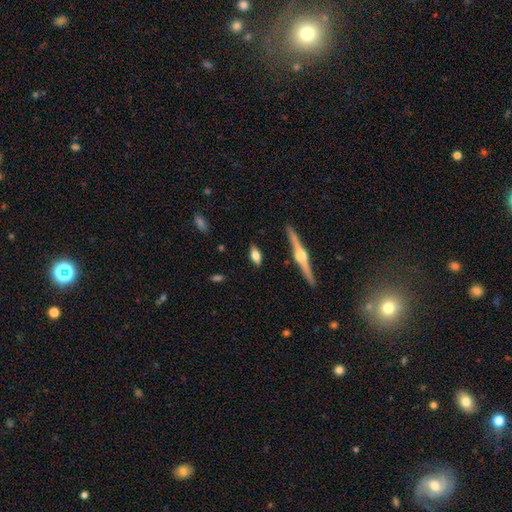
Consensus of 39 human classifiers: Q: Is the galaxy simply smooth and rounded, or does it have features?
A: smooth — 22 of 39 (56%).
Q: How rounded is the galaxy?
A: in between — 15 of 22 (68%).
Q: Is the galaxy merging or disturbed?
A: none — 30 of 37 (81%).